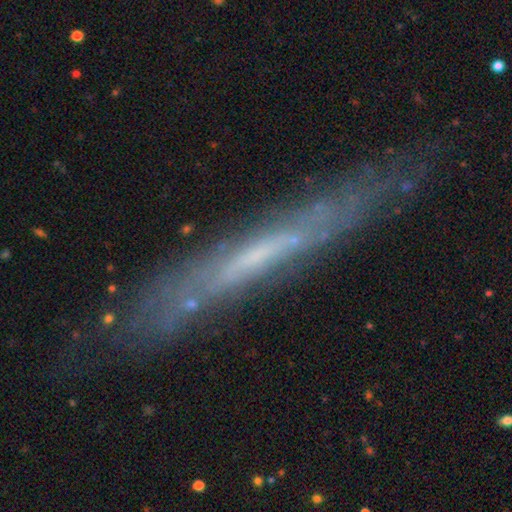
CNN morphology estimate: Smooth or featured? featured or disk (65%)
Edge-on disk? yes (80%)
Edge-on bulge? none (81%)
Merging? none (76%)